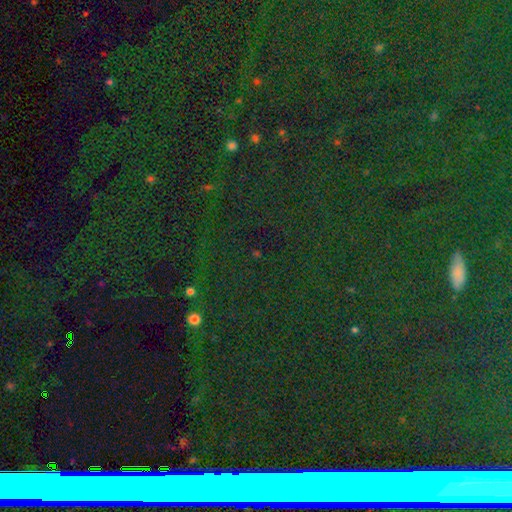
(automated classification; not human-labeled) Smooth or featured? Predicted: star or artifact (p=0.77).